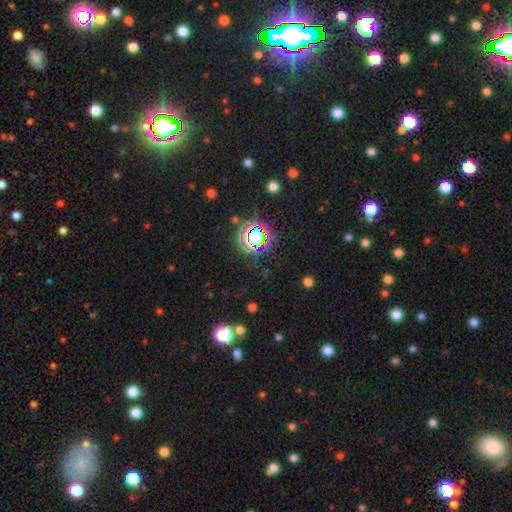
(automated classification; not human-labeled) A star or artifact, not a galaxy (78%).

Vote fractions:
- Smooth or featured? star or artifact: 78% / smooth: 15% / featured or disk: 8%